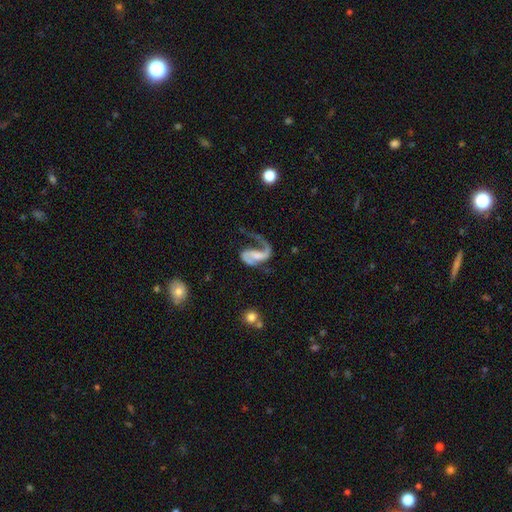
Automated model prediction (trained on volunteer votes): Q: Smooth or featured?
A: featured or disk (86%); runner-up: smooth (9%)
Q: Edge-on disk?
A: no (98%); runner-up: yes (2%)
Q: Bar?
A: no (39%); runner-up: weak (38%)
Q: Spiral arms?
A: yes (95%); runner-up: no (5%)
Q: Spiral winding?
A: loose (57%); runner-up: medium (35%)
Q: Spiral arm count?
A: 2 (64%); runner-up: 1 (32%)
Q: Bulge size?
A: small (37%); runner-up: moderate (29%)
Q: Merging?
A: major disturbance (42%); runner-up: none (37%)